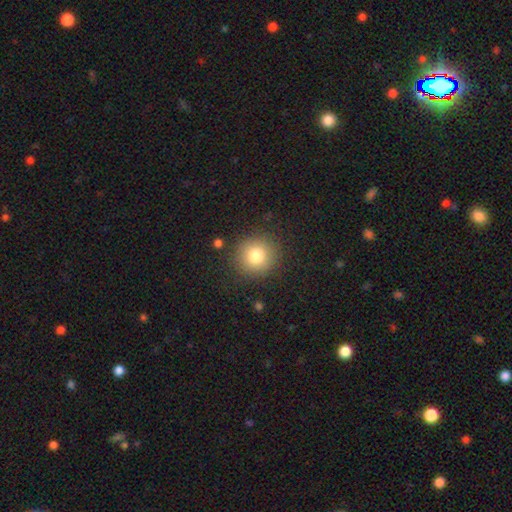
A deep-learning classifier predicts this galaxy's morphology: Smooth or featured: smooth — 80% (star or artifact — 11%)
How rounded: round — 92% (in between — 7%)
Merging: none — 88% (minor disturbance — 7%)